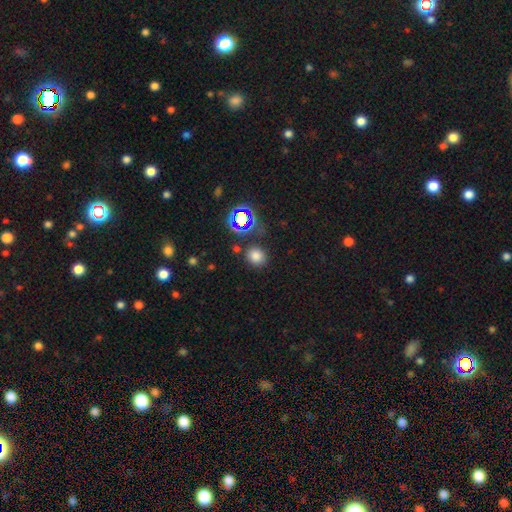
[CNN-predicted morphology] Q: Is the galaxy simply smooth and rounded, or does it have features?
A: smooth — 74%.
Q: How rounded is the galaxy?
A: round — 74%.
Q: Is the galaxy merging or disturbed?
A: none — 79%.